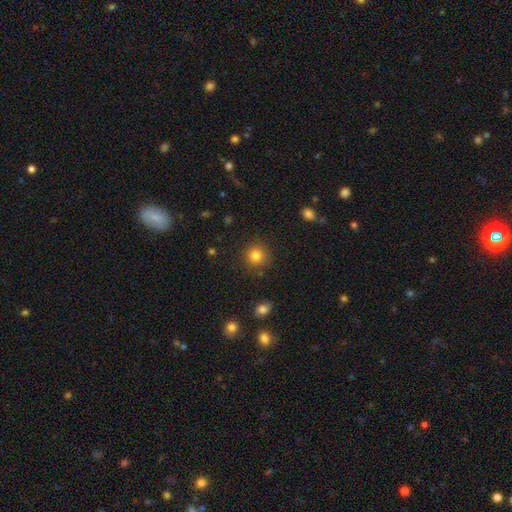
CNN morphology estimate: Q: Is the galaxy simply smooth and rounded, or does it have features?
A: smooth — 82%.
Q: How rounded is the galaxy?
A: round — 92%.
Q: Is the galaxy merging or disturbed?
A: none — 88%.